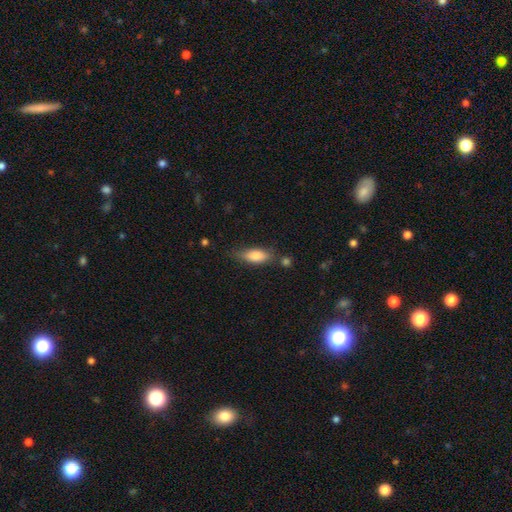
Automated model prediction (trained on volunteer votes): smooth-or-featured: smooth: 79% | featured or disk: 14% | star or artifact: 7%
  how-rounded: in between: 68% | cigar-shaped: 30% | round: 3%
  merging: none: 66% | minor disturbance: 23% | merger: 6% | major disturbance: 5%